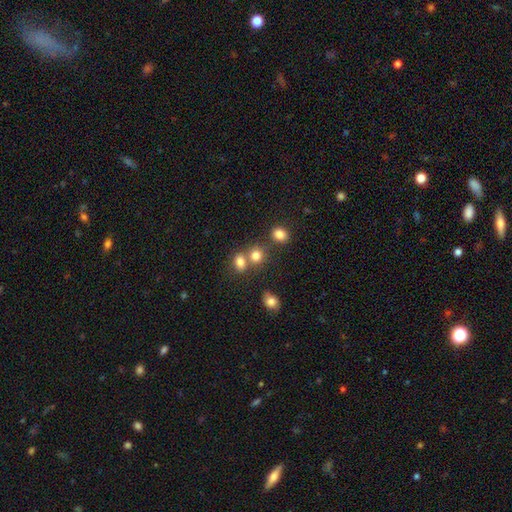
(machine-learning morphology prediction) This appears to be a smooth galaxy with no disk features (79%) that is round (70%). Merging: none (51%).